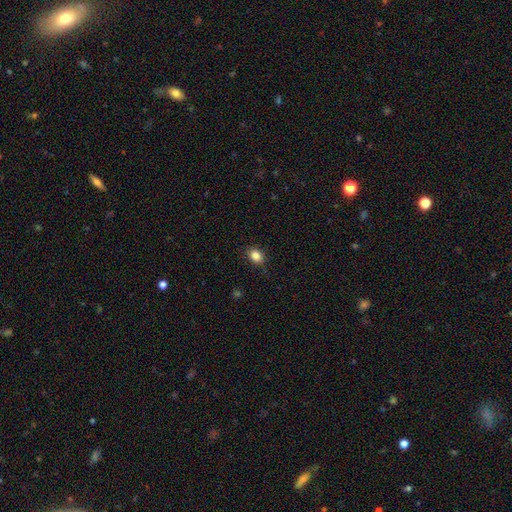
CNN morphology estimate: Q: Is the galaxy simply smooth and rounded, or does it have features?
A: smooth — 85%.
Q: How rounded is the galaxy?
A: in between — 54%.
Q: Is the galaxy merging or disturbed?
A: none — 86%.